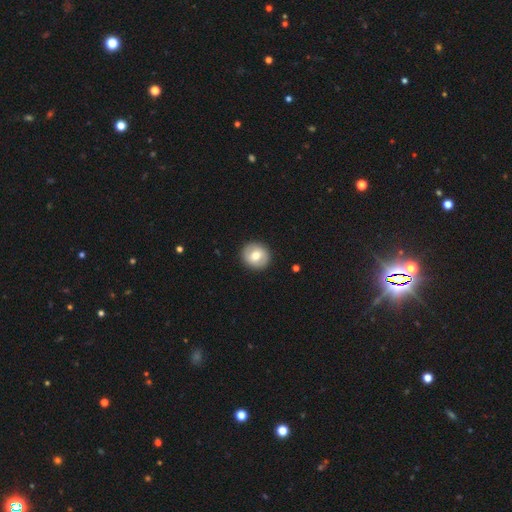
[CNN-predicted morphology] Smooth or featured? Predicted: smooth (p=0.63). How rounded? Predicted: round (p=0.86). Merging? Predicted: none (p=0.90).